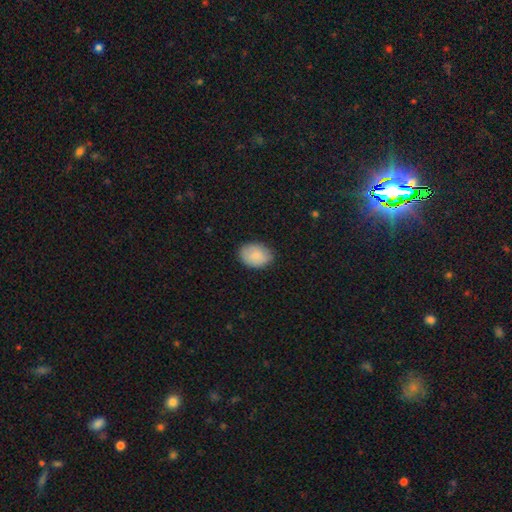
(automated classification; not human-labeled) Smooth or featured?
  - smooth: 85% *
  - featured or disk: 9%
  - star or artifact: 7%
How rounded?
  - in between: 73% *
  - round: 27%
  - cigar-shaped: 1%
Merging?
  - none: 80% *
  - minor disturbance: 16%
  - major disturbance: 3%
  - merger: 1%